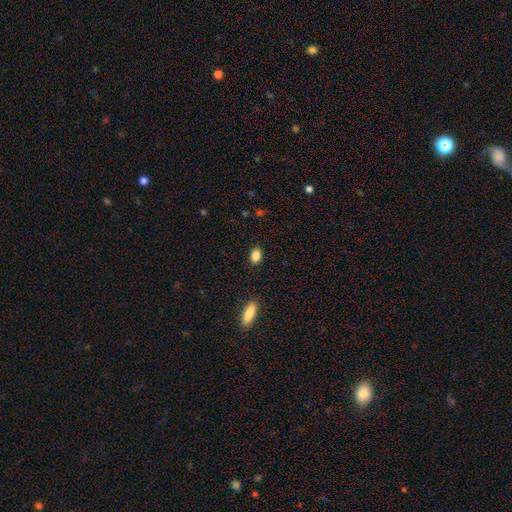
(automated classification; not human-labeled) smooth_or_featured: smooth (p=0.87) [alt: star or artifact p=0.09]
how_rounded: in between (p=0.80) [alt: round p=0.17]
merging: none (p=0.88) [alt: minor disturbance p=0.08]